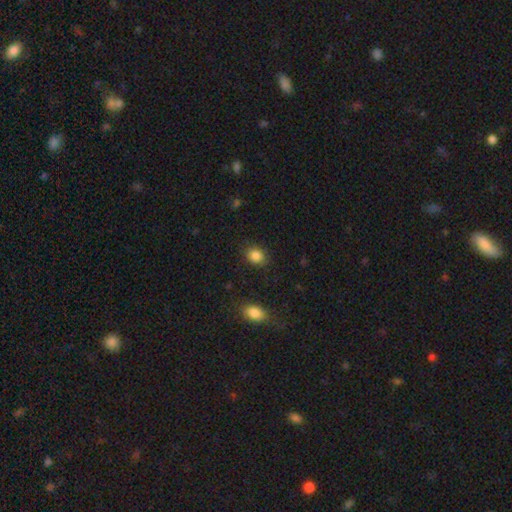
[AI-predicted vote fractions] smooth 85%, star or artifact 10%, featured or disk 5%. Down the decision tree: how rounded — in between (51%); merging — none (84%).